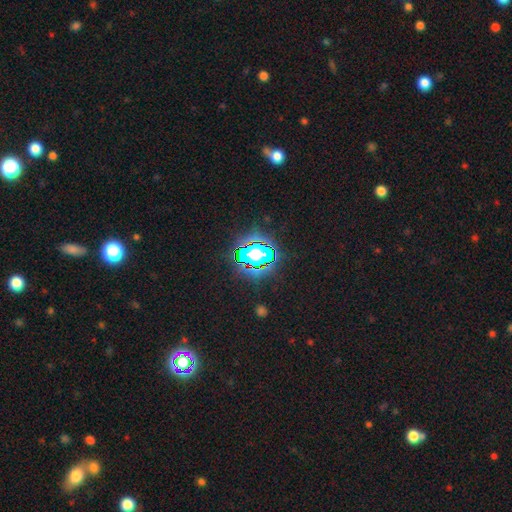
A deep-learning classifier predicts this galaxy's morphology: Q: Smooth or featured?
A: star or artifact (77%); runner-up: smooth (13%)